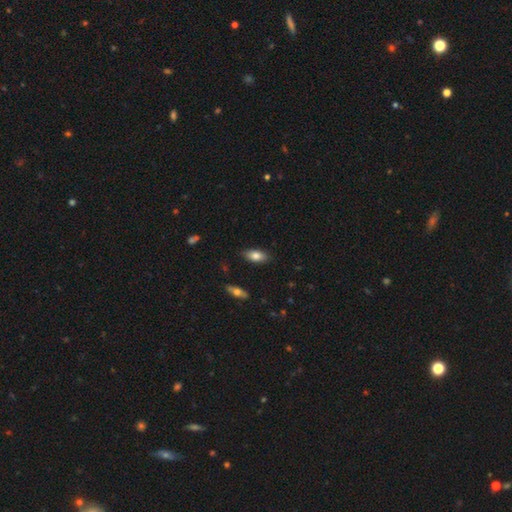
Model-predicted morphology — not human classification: This appears to be a smooth galaxy with no disk features (79%) that is in between round and cigar-shaped (88%). Merging: none (85%).